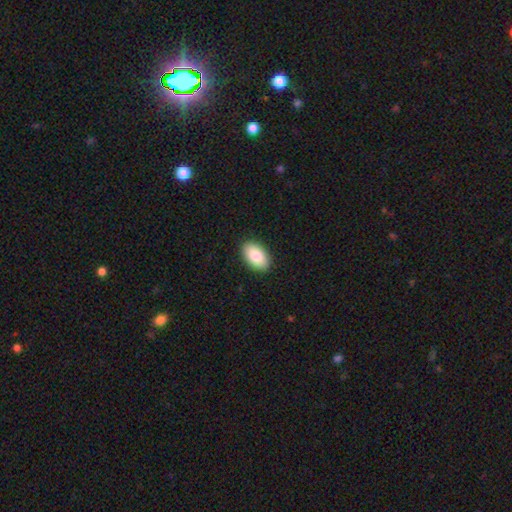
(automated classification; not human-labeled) Smooth or featured?
  - smooth: 86% *
  - featured or disk: 8%
  - star or artifact: 6%
How rounded?
  - in between: 94% *
  - round: 4%
  - cigar-shaped: 1%
Merging?
  - none: 90% *
  - minor disturbance: 7%
  - major disturbance: 2%
  - merger: 1%